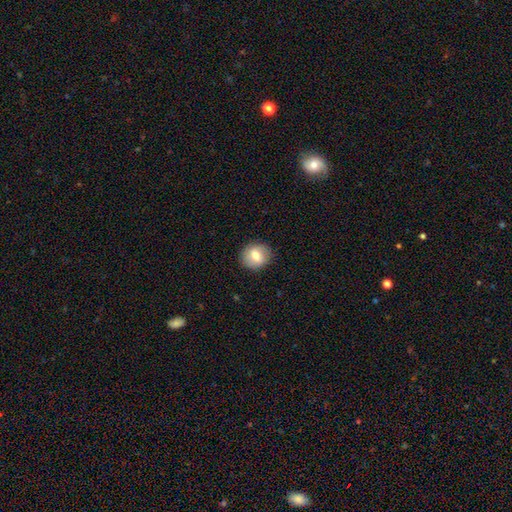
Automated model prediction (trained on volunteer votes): Morphology: type=smooth (70%); roundness=round (77%); merging=none (87%).